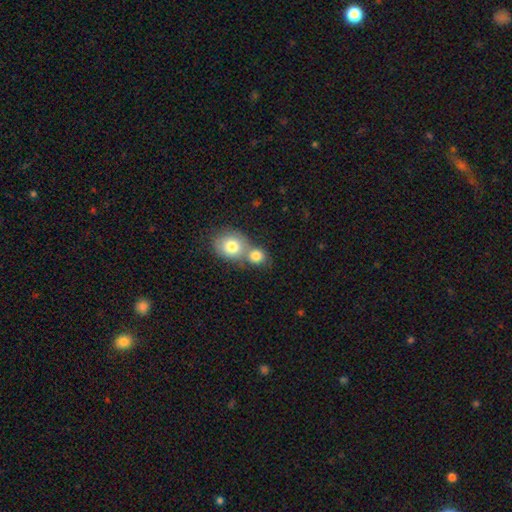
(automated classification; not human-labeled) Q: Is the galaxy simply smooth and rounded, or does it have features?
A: smooth — 81%.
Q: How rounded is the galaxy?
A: round — 76%.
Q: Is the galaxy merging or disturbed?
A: merger — 55%.